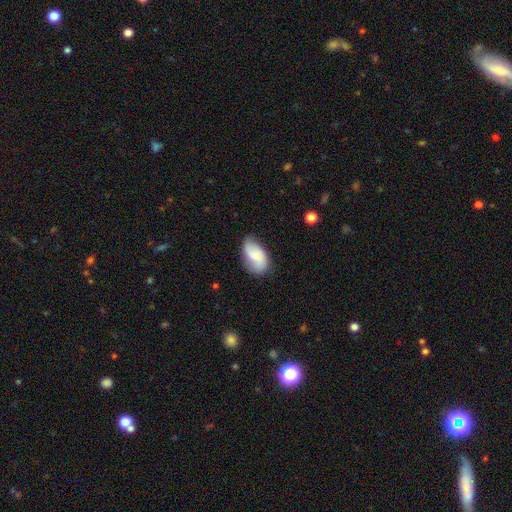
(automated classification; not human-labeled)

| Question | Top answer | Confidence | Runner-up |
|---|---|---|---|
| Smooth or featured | smooth | 59% | featured or disk (33%) |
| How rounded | in between | 93% | round (5%) |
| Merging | none | 59% | minor disturbance (30%) |